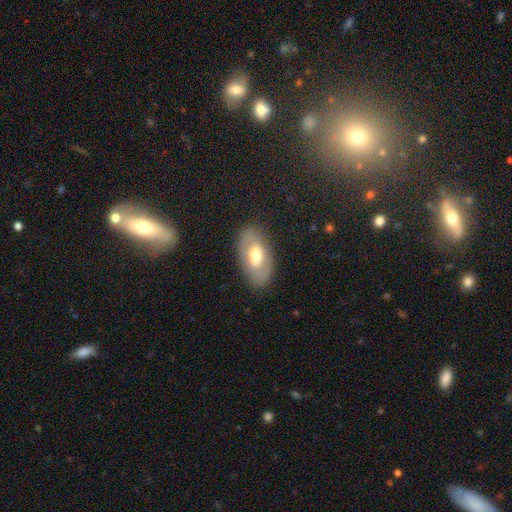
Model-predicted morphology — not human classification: Smooth or featured?
  - smooth: 51% *
  - featured or disk: 43%
  - star or artifact: 7%
How rounded?
  - in between: 92% *
  - round: 6%
  - cigar-shaped: 3%
Merging?
  - none: 84% *
  - minor disturbance: 11%
  - major disturbance: 4%
  - merger: 1%